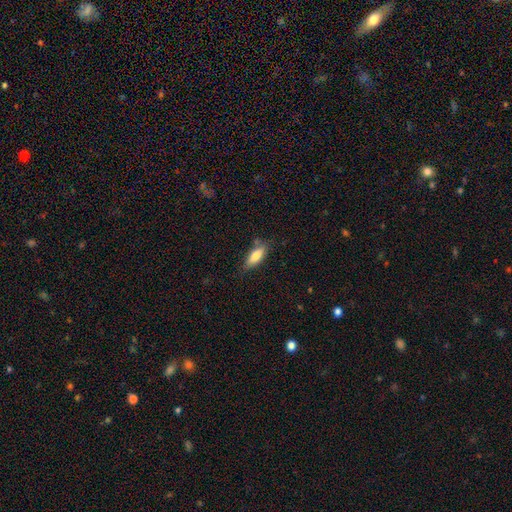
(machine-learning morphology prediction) smooth_or_featured: smooth (p=0.78) [alt: featured or disk p=0.15]
how_rounded: in between (p=0.69) [alt: cigar-shaped p=0.29]
merging: none (p=0.75) [alt: minor disturbance p=0.18]